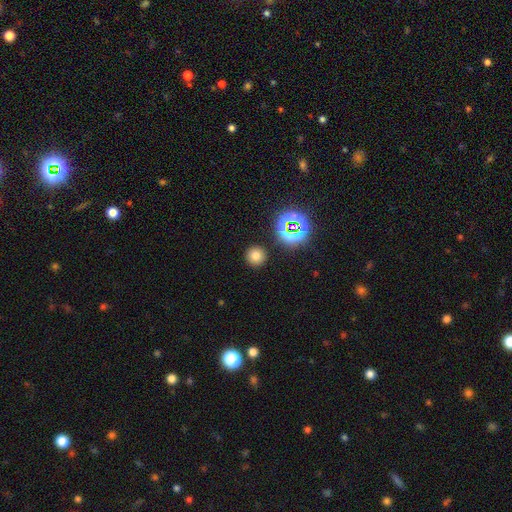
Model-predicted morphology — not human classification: The model was most divided on "smooth or featured": smooth: 73%, star or artifact: 20%, featured or disk: 7%. More confident: how rounded — round (94%); merging — none (90%).